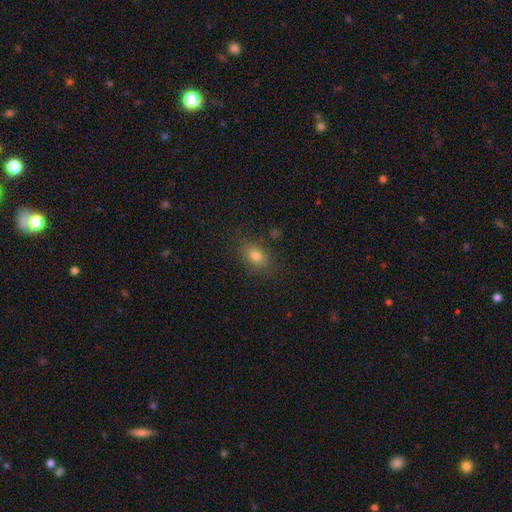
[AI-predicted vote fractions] Smooth or featured?
  - smooth: 79% *
  - star or artifact: 12%
  - featured or disk: 9%
How rounded?
  - in between: 76% *
  - round: 22%
  - cigar-shaped: 2%
Merging?
  - none: 83% *
  - minor disturbance: 11%
  - major disturbance: 3%
  - merger: 2%